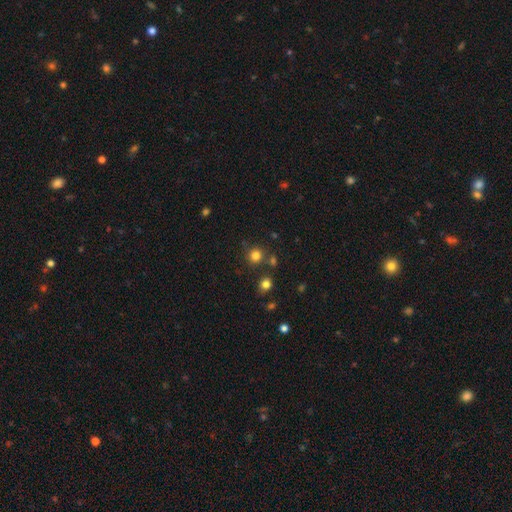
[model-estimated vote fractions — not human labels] A smooth galaxy with no disk features (79%) that is round (91%).

Vote fractions:
- Smooth or featured? smooth: 79% / star or artifact: 15% / featured or disk: 6%
- How rounded? round: 91% / in between: 8% / cigar-shaped: 1%
- Merging? none: 77% / merger: 10% / minor disturbance: 9% / major disturbance: 4%